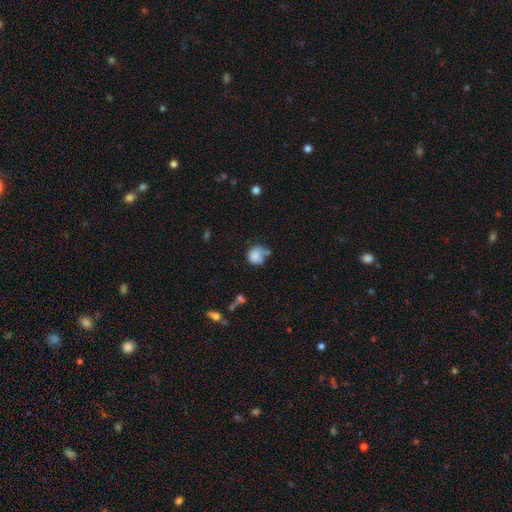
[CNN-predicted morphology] type=smooth (77%); roundness=round (71%); merging=none (36%).